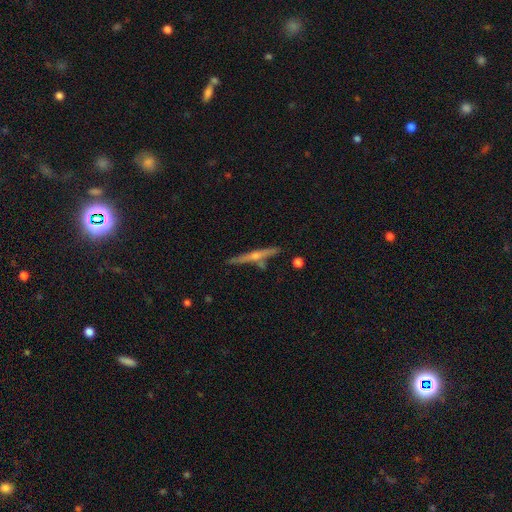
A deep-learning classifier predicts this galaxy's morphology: Smooth or featured? Predicted: featured or disk (p=0.72). Edge-on disk? Predicted: yes (p=0.97). Edge-on bulge? Predicted: rounded (p=0.80). Merging? Predicted: none (p=0.83).